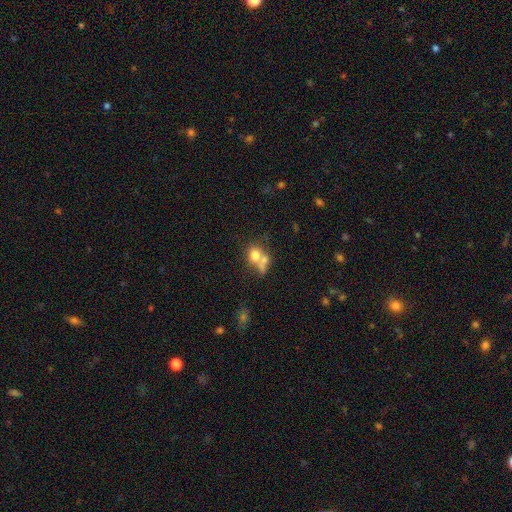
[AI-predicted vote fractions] A smooth galaxy with no disk features (70%) that is round (65%).

Vote fractions:
- Smooth or featured? smooth: 70% / featured or disk: 19% / star or artifact: 11%
- How rounded? round: 65% / in between: 33% / cigar-shaped: 2%
- Merging? merger: 53% / none: 30% / minor disturbance: 9% / major disturbance: 8%